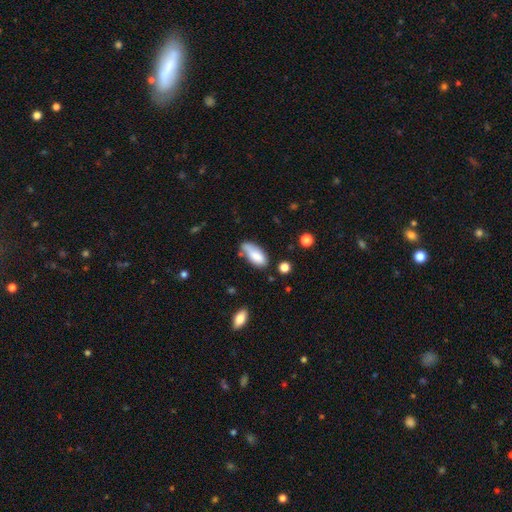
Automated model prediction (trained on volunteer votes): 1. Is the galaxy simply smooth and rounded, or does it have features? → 81% smooth, 12% featured or disk, 7% star or artifact.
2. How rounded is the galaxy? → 84% in between, 14% cigar-shaped, 2% round.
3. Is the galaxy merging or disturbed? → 50% none, 31% minor disturbance, 10% merger, 9% major disturbance.